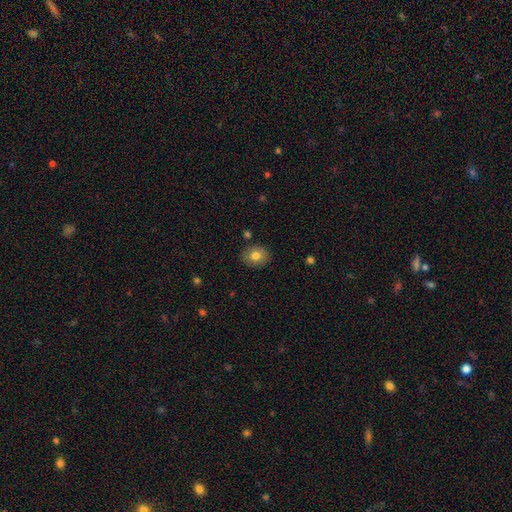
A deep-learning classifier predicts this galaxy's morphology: Overall: smooth (78%). How rounded: round (58%; in between 41%). Merging: none (87%).